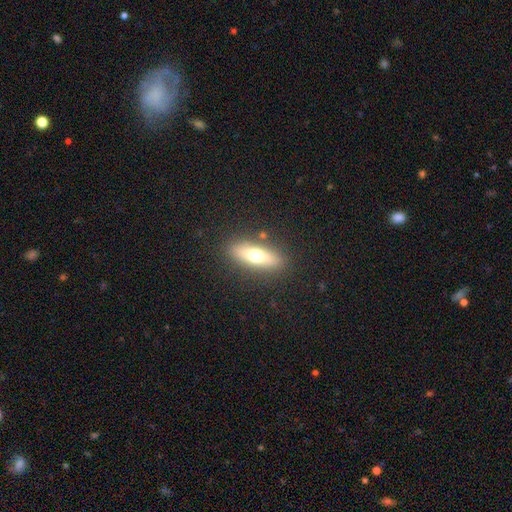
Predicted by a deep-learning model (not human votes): Morphology: type=smooth (62%); roundness=in between (51%); merging=none (86%).